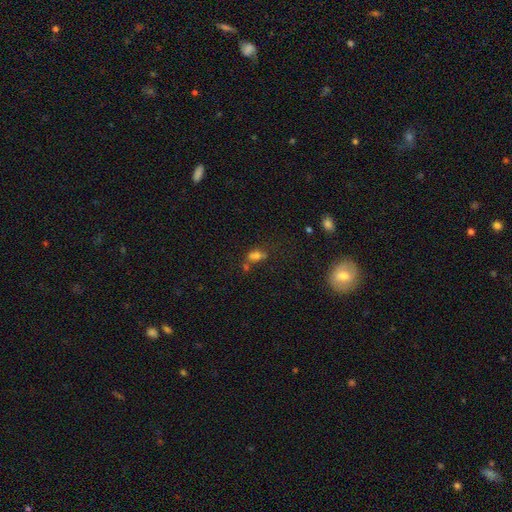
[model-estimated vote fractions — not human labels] Smooth or featured?
  - smooth: 62% *
  - star or artifact: 20%
  - featured or disk: 17%
How rounded?
  - in between: 67% *
  - round: 28%
  - cigar-shaped: 5%
Merging?
  - merger: 41% *
  - none: 34%
  - minor disturbance: 15%
  - major disturbance: 10%